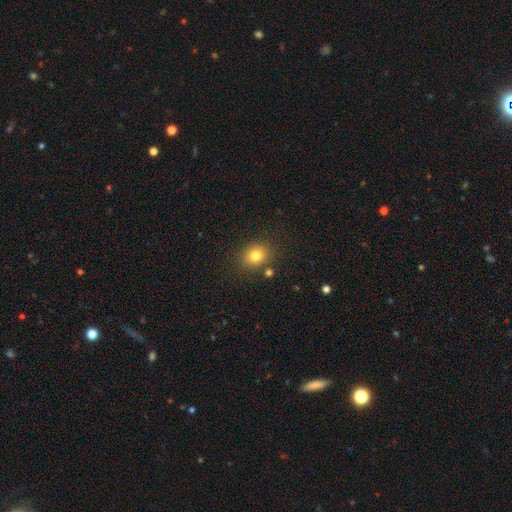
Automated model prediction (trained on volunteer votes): This appears to be a smooth galaxy with no disk features (80%) that is round (59%). Merging: none (81%).